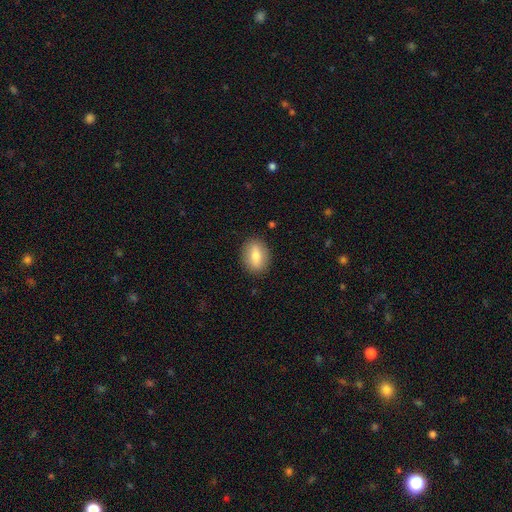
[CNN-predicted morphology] This appears to be a smooth galaxy with no disk features (71%) that is in between round and cigar-shaped (73%). Merging: none (87%).